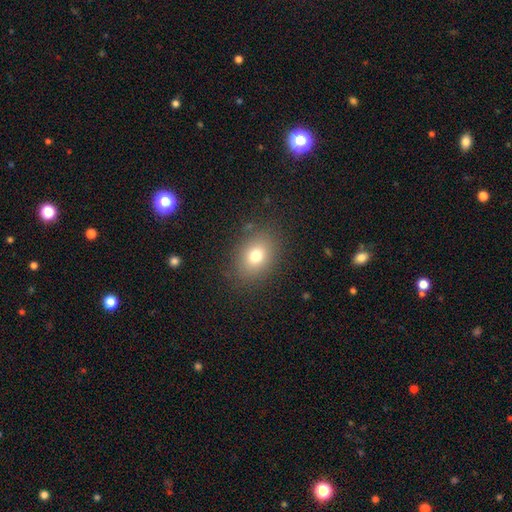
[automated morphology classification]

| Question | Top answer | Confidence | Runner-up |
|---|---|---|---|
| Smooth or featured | smooth | 76% | star or artifact (13%) |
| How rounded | in between | 61% | round (38%) |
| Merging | none | 85% | minor disturbance (10%) |